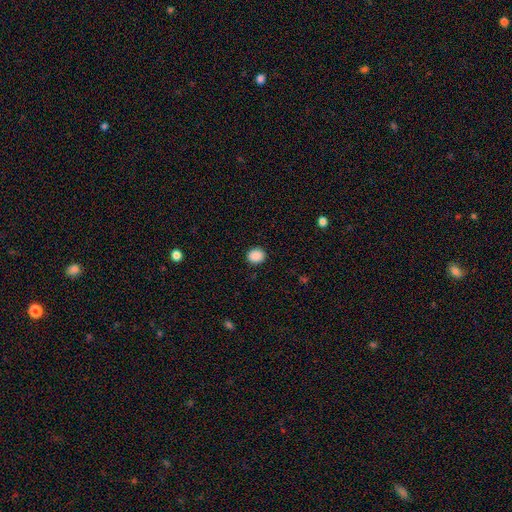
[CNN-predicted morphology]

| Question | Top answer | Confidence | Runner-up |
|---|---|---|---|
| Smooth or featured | smooth | 89% | star or artifact (9%) |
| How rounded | round | 72% | in between (27%) |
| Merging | none | 91% | minor disturbance (6%) |